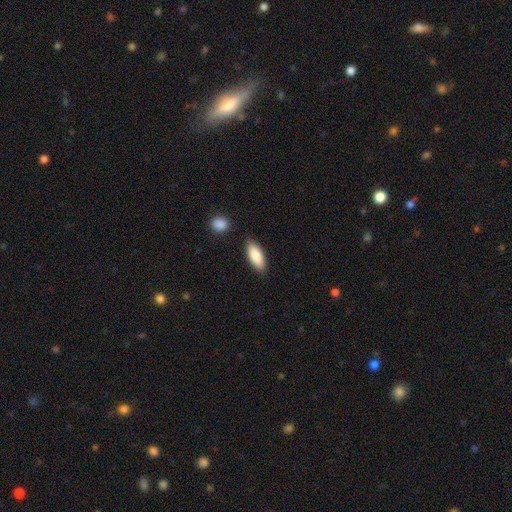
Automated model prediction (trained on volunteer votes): Overall: smooth (85%). How rounded: in between (78%). Merging: none (84%).